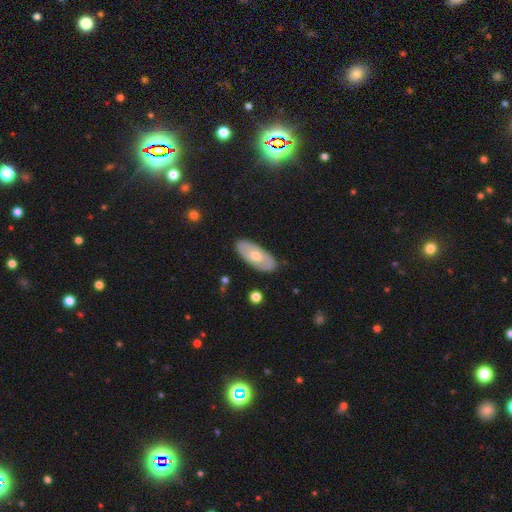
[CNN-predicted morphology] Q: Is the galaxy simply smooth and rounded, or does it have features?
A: featured or disk — 52%.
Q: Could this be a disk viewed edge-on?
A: no — 83%.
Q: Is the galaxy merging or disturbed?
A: none — 86%.